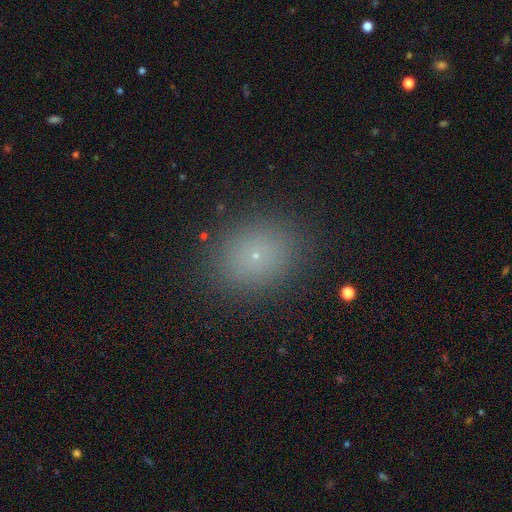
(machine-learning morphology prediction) Smooth or featured: smooth — 71% (star or artifact — 19%)
How rounded: round — 54% (in between — 44%)
Merging: none — 88% (minor disturbance — 8%)